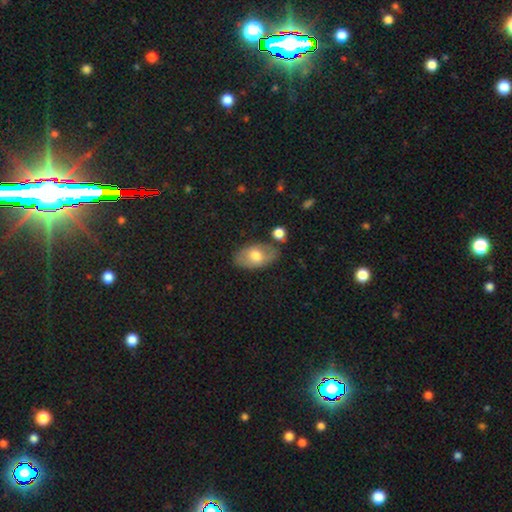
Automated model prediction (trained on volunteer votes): smooth-or-featured: smooth: 68% | featured or disk: 25% | star or artifact: 7%
  how-rounded: in between: 92% | round: 6% | cigar-shaped: 2%
  merging: none: 74% | minor disturbance: 16% | merger: 6% | major disturbance: 4%